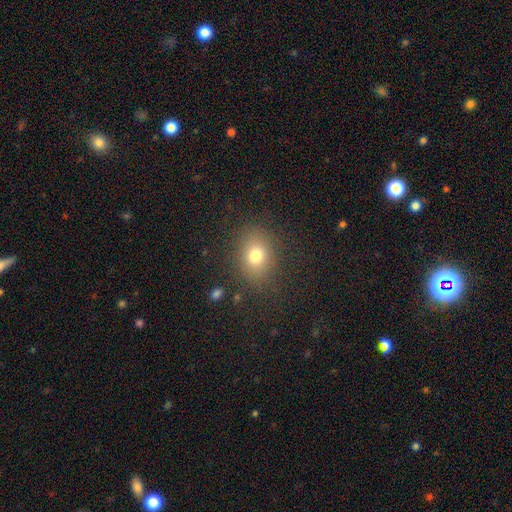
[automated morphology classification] Smooth or featured: smooth — 76% (star or artifact — 13%)
How rounded: in between — 57% (round — 42%)
Merging: none — 82% (minor disturbance — 11%)